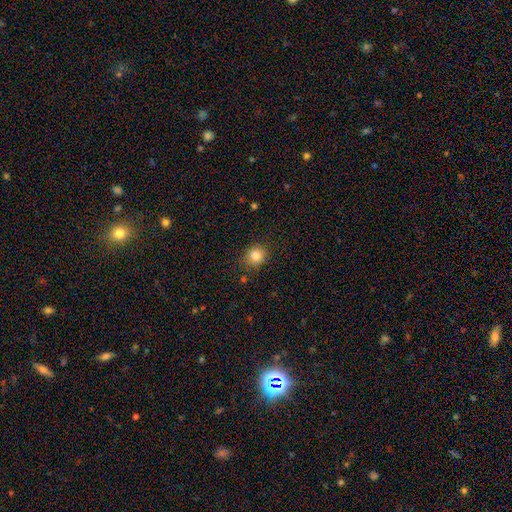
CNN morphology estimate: This is clearly a smooth galaxy (85%). How rounded: clearly round (84%). Merging: clearly none (83%).